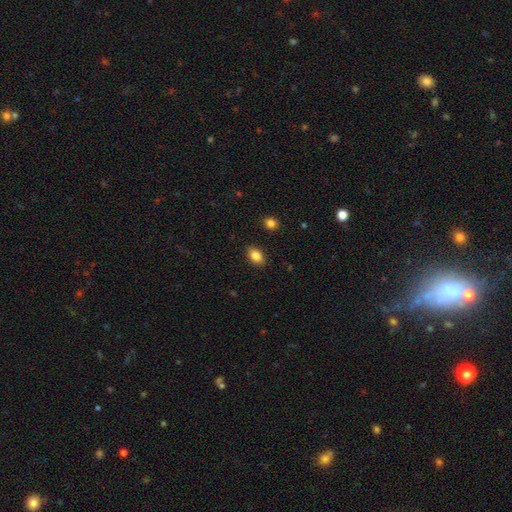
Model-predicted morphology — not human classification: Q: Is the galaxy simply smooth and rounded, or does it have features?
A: smooth — 86%.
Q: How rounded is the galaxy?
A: in between — 87%.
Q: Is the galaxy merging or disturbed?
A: none — 89%.